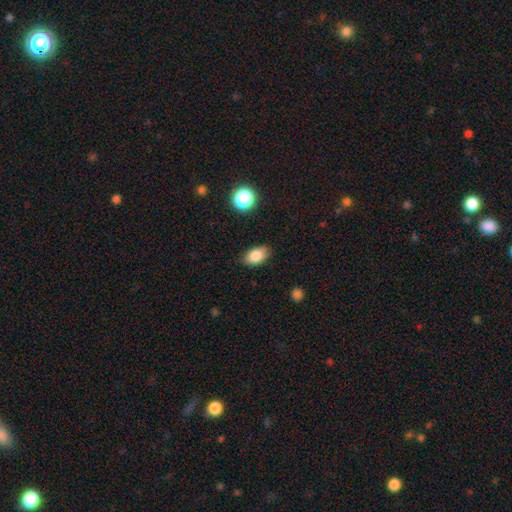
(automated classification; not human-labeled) smooth-or-featured: smooth: 85% | star or artifact: 9% | featured or disk: 7%
  how-rounded: in between: 90% | round: 8% | cigar-shaped: 2%
  merging: none: 85% | minor disturbance: 11% | major disturbance: 3% | merger: 1%